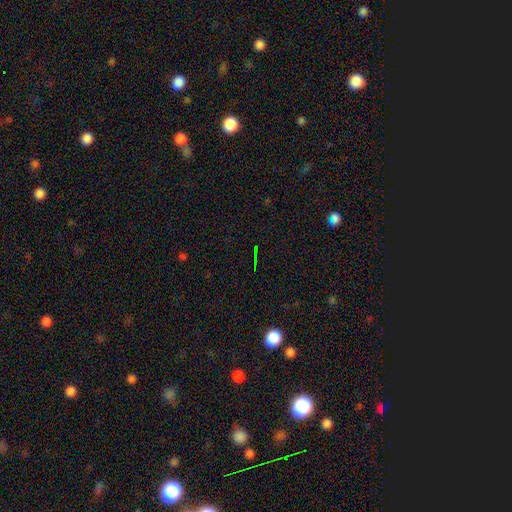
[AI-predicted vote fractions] star or artifact 76%, smooth 12%, featured or disk 12%.